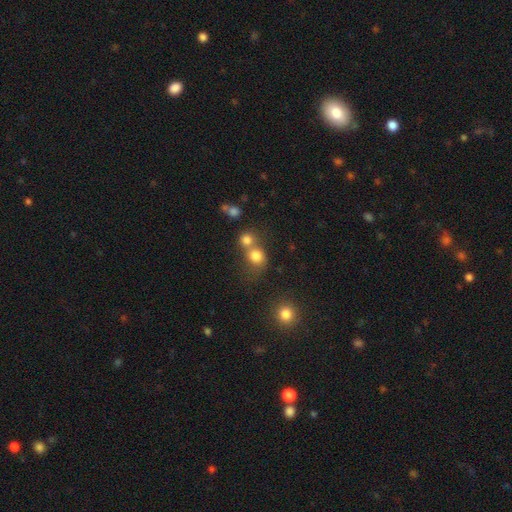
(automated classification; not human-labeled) Overall: smooth (78%). How rounded: round (79%). Merging: merger (49%; none 38%).